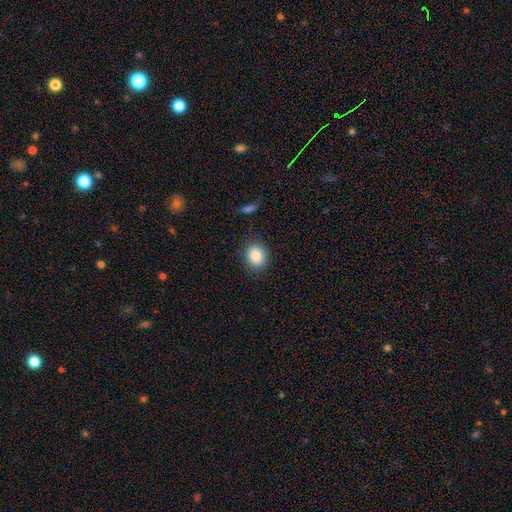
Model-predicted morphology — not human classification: Smooth or featured? smooth (87%)
How rounded? round (63%)
Merging? none (86%)